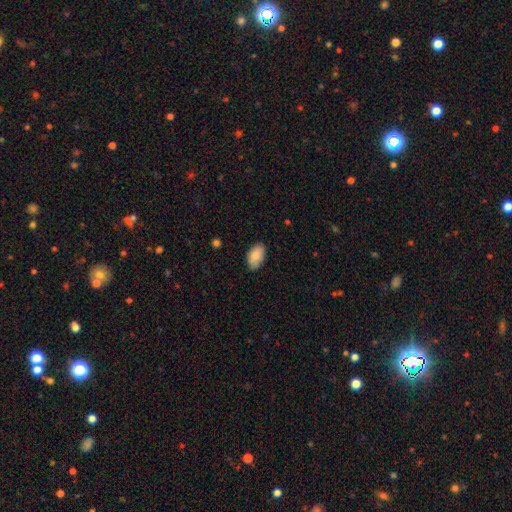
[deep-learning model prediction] smooth-or-featured: smooth: 86% | featured or disk: 7% | star or artifact: 7%
  how-rounded: in between: 94% | round: 5% | cigar-shaped: 2%
  merging: none: 84% | minor disturbance: 13% | major disturbance: 2% | merger: 1%